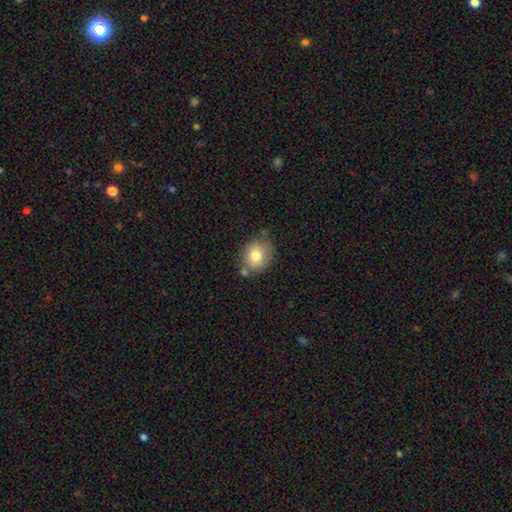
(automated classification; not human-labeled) smooth 77%, featured or disk 14%, star or artifact 9%. Down the decision tree: how rounded — round (61%); merging — none (65%).